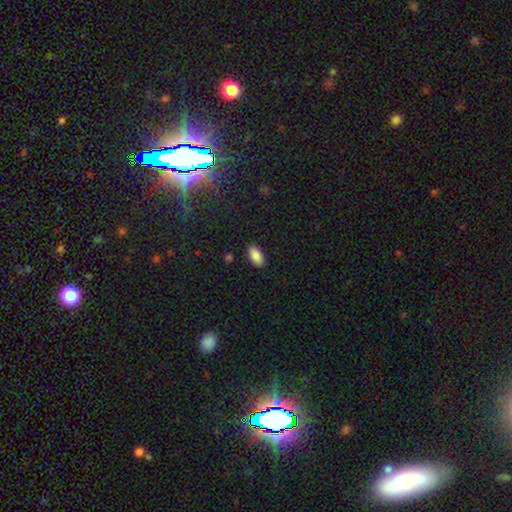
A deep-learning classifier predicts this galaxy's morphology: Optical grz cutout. It shows a smooth galaxy with no disk features (87%) that is in between round and cigar-shaped (93%). Merging: none (87%).